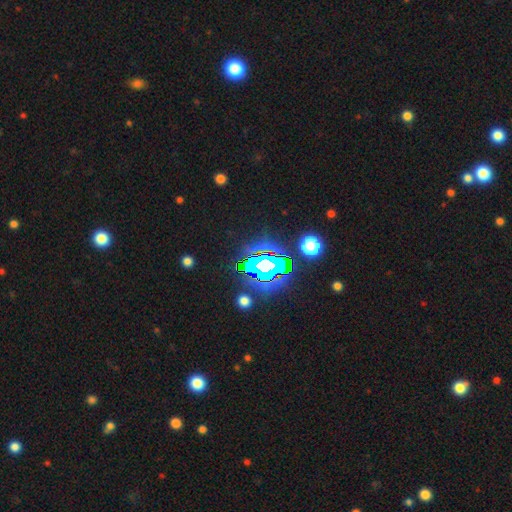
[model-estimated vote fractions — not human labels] This appears to be a star or artifact, not a galaxy (72%).